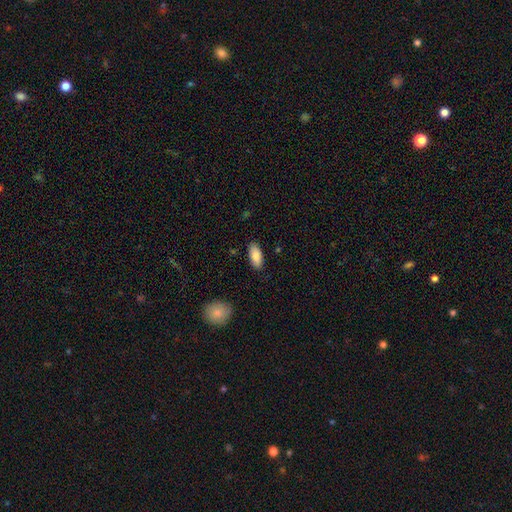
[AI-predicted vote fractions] Smooth or featured: smooth — 86% (featured or disk — 7%)
How rounded: in between — 89% (cigar-shaped — 9%)
Merging: none — 87% (minor disturbance — 9%)